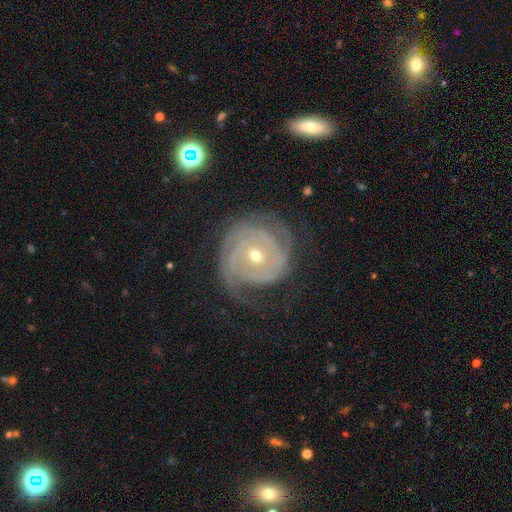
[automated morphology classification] This appears to be a featured or disk galaxy (87%) with no bar (64%), 2 (33%) tight (77%) spiral arms (96%) and a small central bulge (52%). Merging: none (65%).